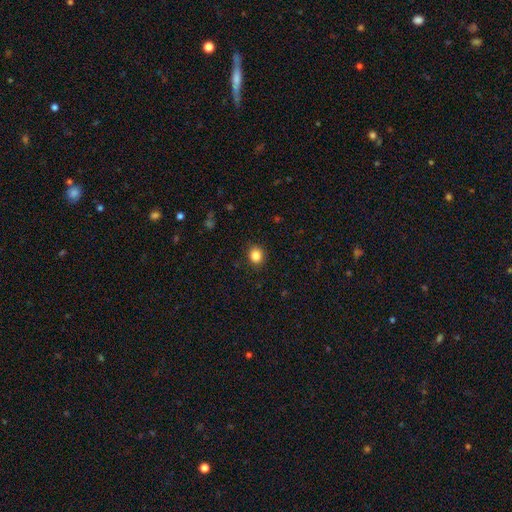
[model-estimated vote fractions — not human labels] Smooth or featured? Predicted: smooth (p=0.85). How rounded? Predicted: round (p=0.72). Merging? Predicted: none (p=0.89).